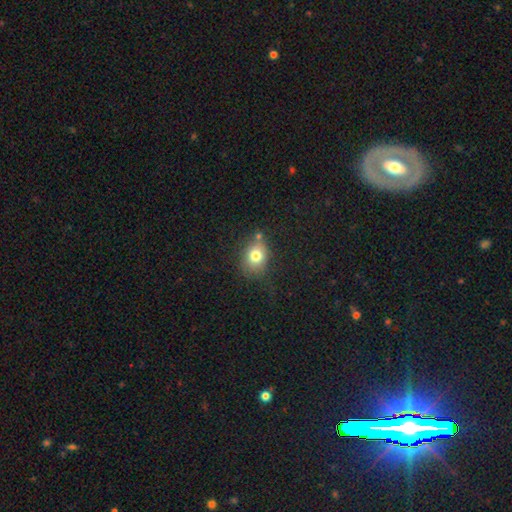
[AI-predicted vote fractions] The model was most divided on "how rounded": round: 50%, in between: 49%, cigar-shaped: 1%. More confident: smooth or featured — smooth (77%); merging — none (67%).